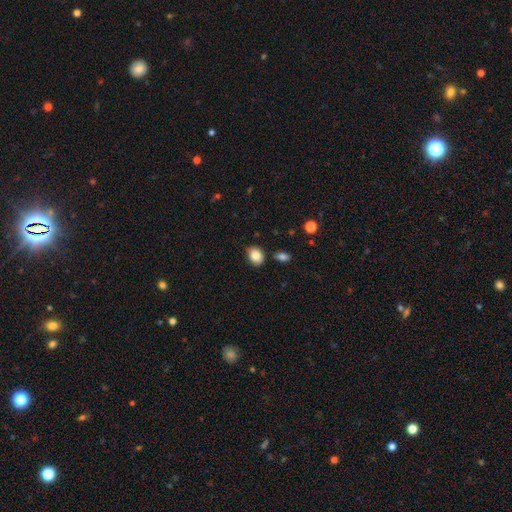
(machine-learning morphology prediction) Overall: smooth (85%). How rounded: in between (57%; round 42%). Merging: none (76%).